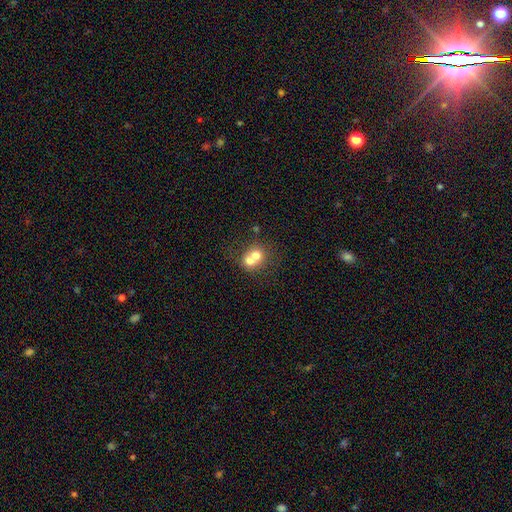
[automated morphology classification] A smooth galaxy with no disk features (66%) that is round (77%). Merging: merger (67%).